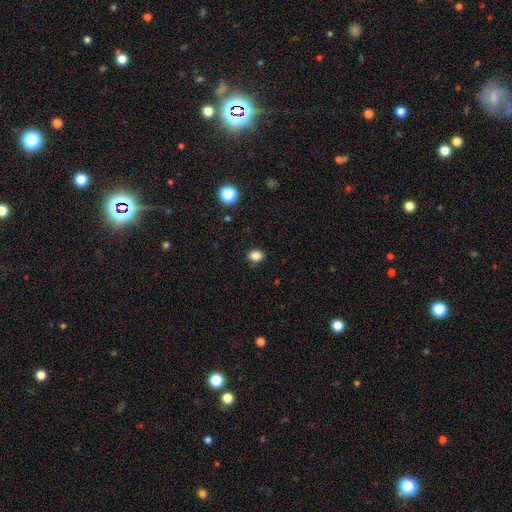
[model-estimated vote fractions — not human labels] The model was most divided on "how rounded": round: 53%, in between: 46%, cigar-shaped: 1%. More confident: merging — none (87%); smooth or featured — smooth (84%).